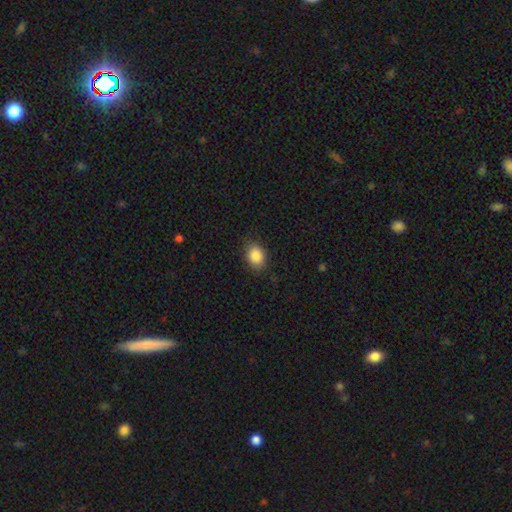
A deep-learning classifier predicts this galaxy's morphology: The model was most divided on "how rounded": in between: 66%, round: 32%, cigar-shaped: 1%. More confident: smooth or featured — smooth (87%); merging — none (84%).